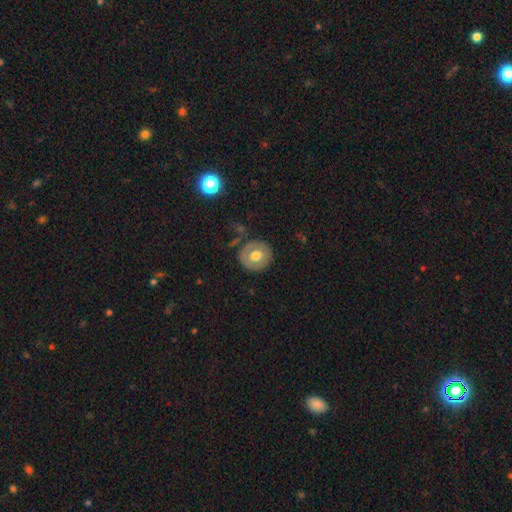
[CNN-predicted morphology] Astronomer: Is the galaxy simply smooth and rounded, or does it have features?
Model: smooth — 62%.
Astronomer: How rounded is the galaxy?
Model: round — 88%.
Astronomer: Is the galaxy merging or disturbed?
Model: none — 84%.